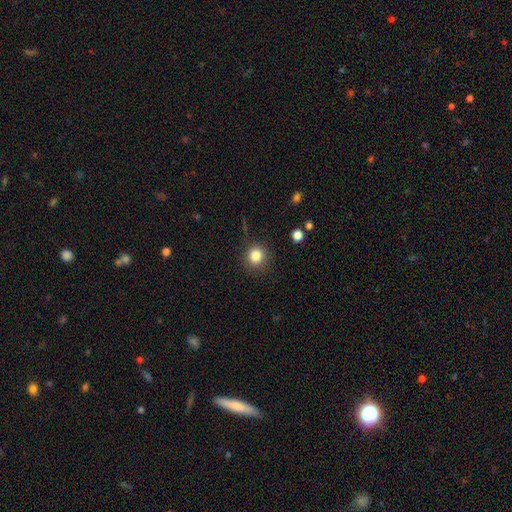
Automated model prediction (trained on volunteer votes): A smooth galaxy with no disk features (83%) that is round (87%). Merging: none (87%).